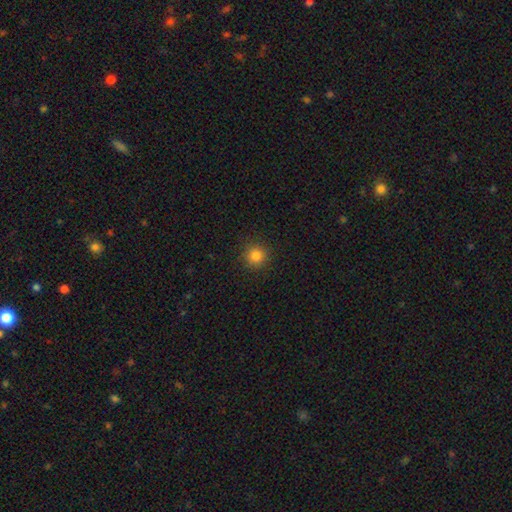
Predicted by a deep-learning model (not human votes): This appears to be a smooth galaxy with no disk features (82%) that is round (95%). Merging: none (91%).